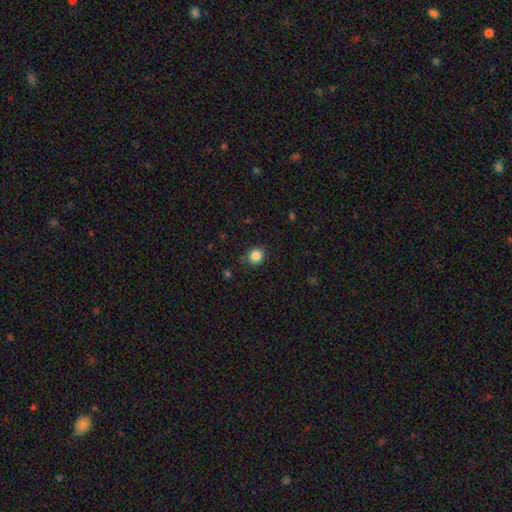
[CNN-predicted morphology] Q: Smooth or featured?
A: smooth (85%); runner-up: star or artifact (11%)
Q: How rounded?
A: round (90%); runner-up: in between (9%)
Q: Merging?
A: none (87%); runner-up: minor disturbance (9%)